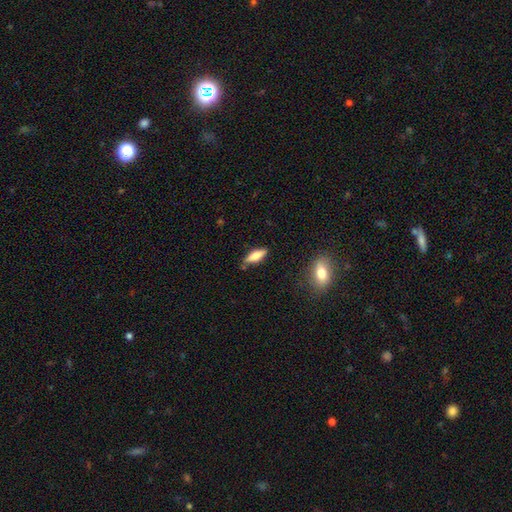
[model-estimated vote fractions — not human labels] This is likely a smooth galaxy (68%). How rounded: possibly in between (55%). Merging: likely none (75%).